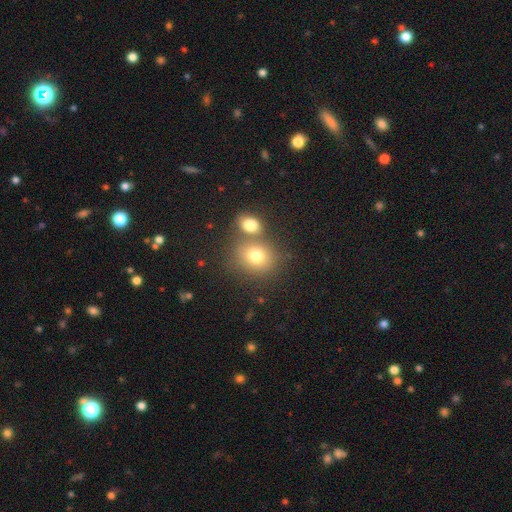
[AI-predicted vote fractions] This appears to be a smooth galaxy with no disk features (76%) that is round (67%). Merging: none (52%).